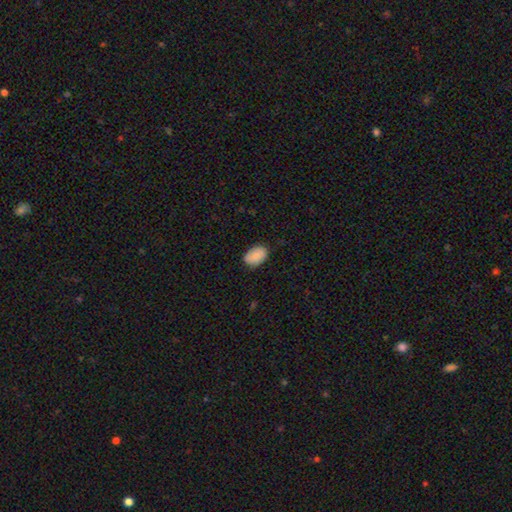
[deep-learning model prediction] Smooth or featured: smooth — 85% (featured or disk — 8%)
How rounded: in between — 89% (round — 10%)
Merging: none — 81% (minor disturbance — 16%)